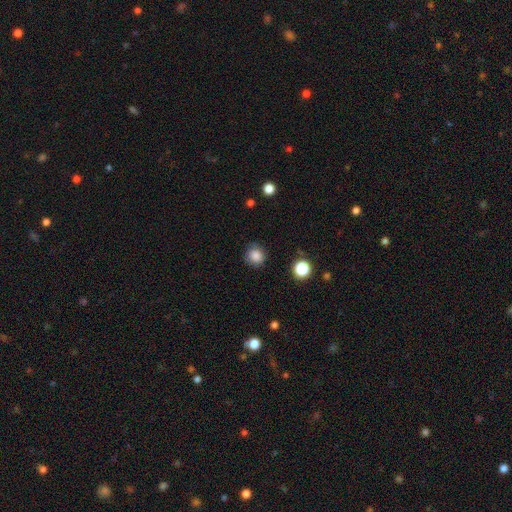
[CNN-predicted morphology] smooth_or_featured: smooth (p=0.84) [alt: star or artifact p=0.11]
how_rounded: round (p=0.88) [alt: in between p=0.12]
merging: none (p=0.82) [alt: minor disturbance p=0.13]